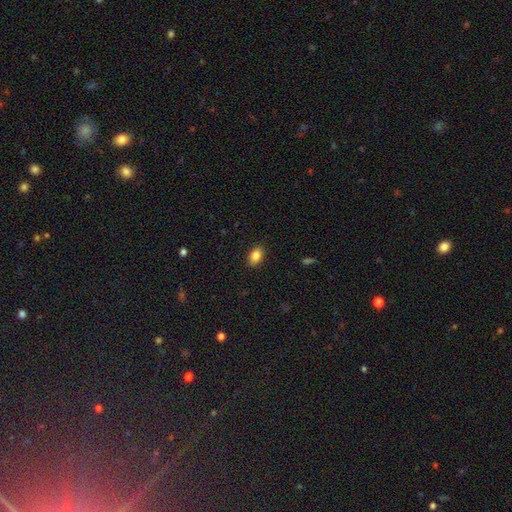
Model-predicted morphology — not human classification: Smooth or featured? smooth (85%)
How rounded? in between (89%)
Merging? none (88%)